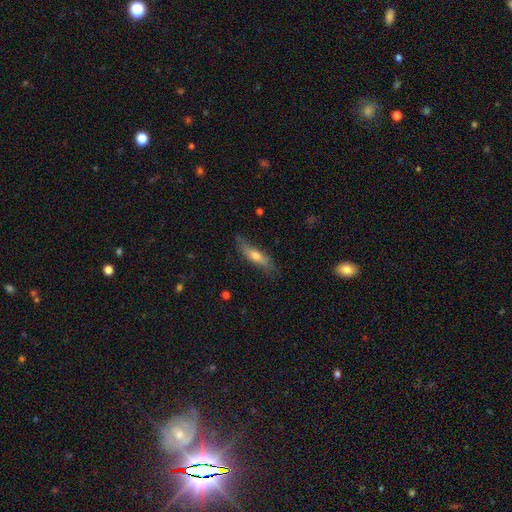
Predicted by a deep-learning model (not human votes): smooth_or_featured: smooth (p=0.49) [alt: featured or disk p=0.44]
merging: none (p=0.73) [alt: minor disturbance p=0.21]